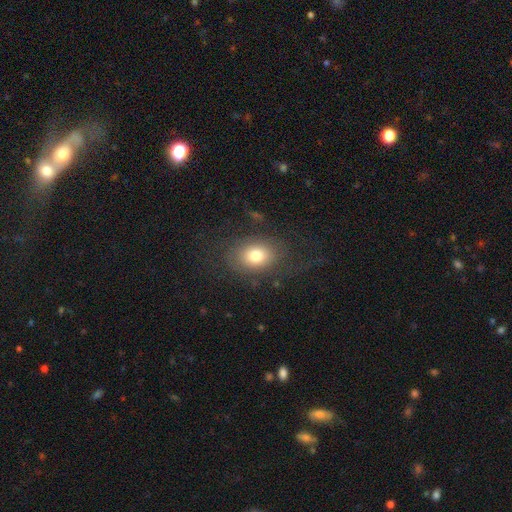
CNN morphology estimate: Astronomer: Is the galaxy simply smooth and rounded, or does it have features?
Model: smooth — 70%.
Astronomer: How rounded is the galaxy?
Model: in between — 70%.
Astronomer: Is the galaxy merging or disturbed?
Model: none — 69%.